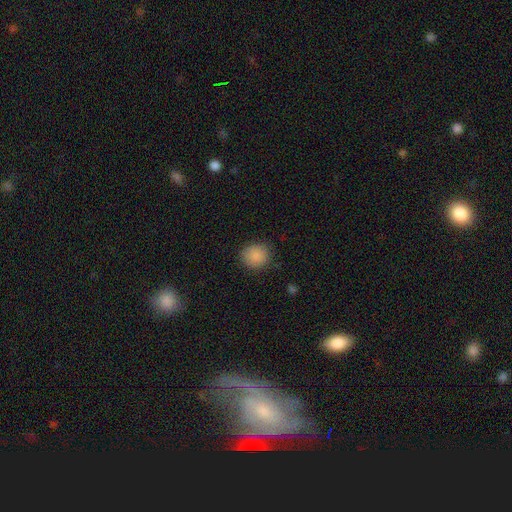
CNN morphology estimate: Smooth or featured?
  - smooth: 88% *
  - star or artifact: 9%
  - featured or disk: 4%
How rounded?
  - round: 85% *
  - in between: 14%
  - cigar-shaped: 1%
Merging?
  - none: 86% *
  - minor disturbance: 10%
  - major disturbance: 3%
  - merger: 1%